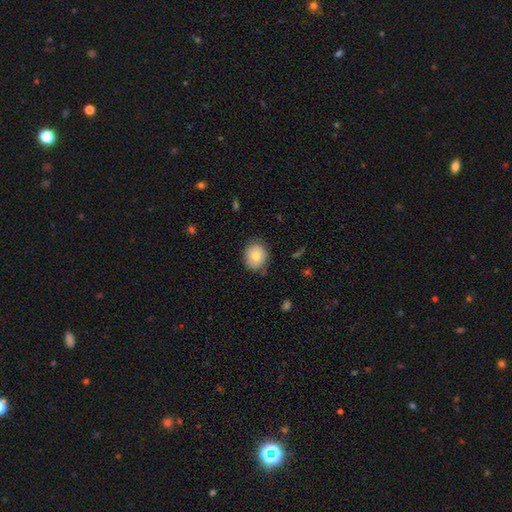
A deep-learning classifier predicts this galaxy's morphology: Q: Smooth or featured?
A: smooth (80%); runner-up: featured or disk (12%)
Q: How rounded?
A: round (66%); runner-up: in between (33%)
Q: Merging?
A: none (78%); runner-up: minor disturbance (18%)